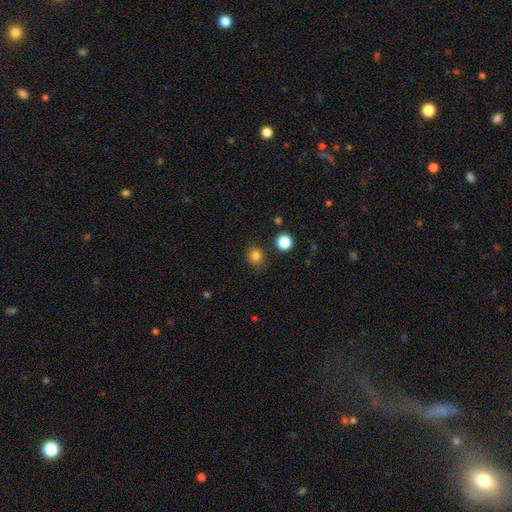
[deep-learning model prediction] smooth 82%, star or artifact 13%, featured or disk 6%. Down the decision tree: how rounded — round (71%); merging — none (82%).